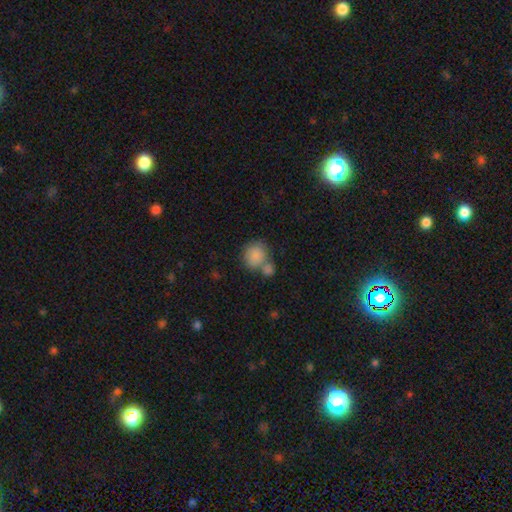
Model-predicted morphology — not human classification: Q: Smooth or featured?
A: smooth (85%); runner-up: star or artifact (8%)
Q: How rounded?
A: round (75%); runner-up: in between (24%)
Q: Merging?
A: none (42%); runner-up: merger (40%)